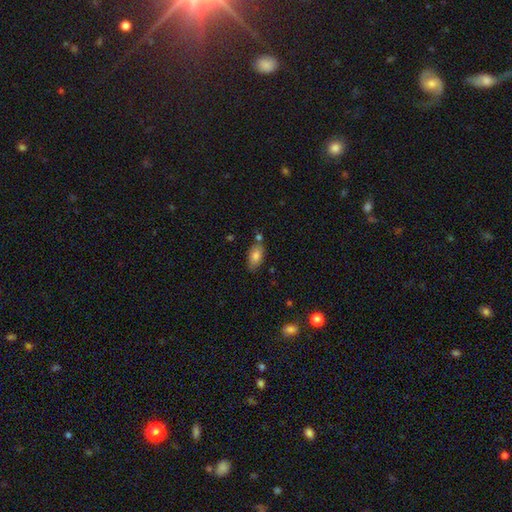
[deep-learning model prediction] Smooth or featured: smooth — 81% (featured or disk — 11%)
How rounded: in between — 90% (cigar-shaped — 7%)
Merging: none — 72% (minor disturbance — 16%)